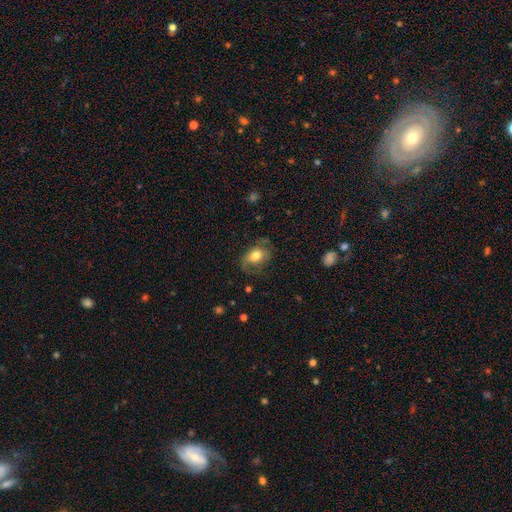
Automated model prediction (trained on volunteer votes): Smooth or featured? smooth (57%)
How rounded? in between (75%)
Merging? none (56%)